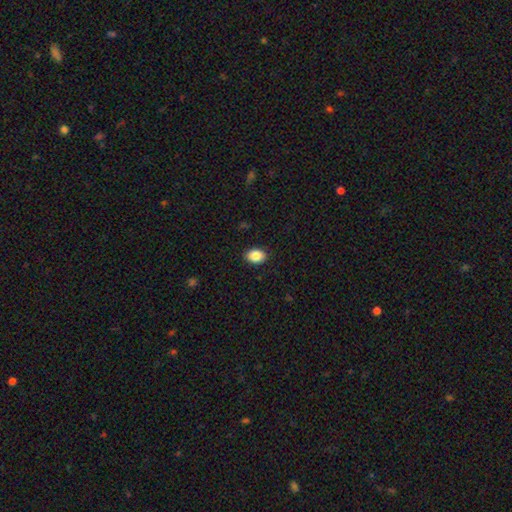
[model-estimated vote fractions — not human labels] Overall: smooth (87%). How rounded: in between (72%). Merging: none (90%).